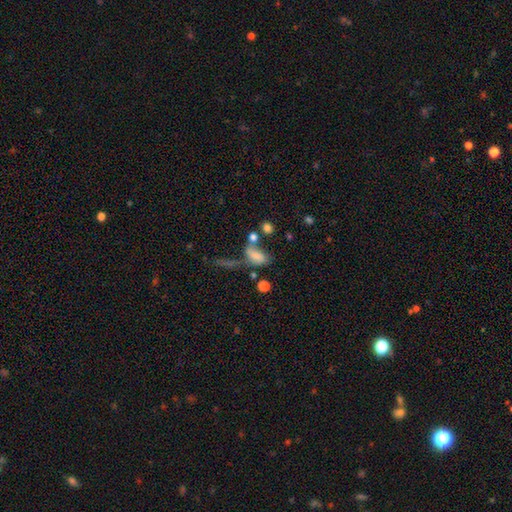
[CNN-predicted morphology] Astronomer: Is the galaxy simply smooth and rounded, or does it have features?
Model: smooth — 65%.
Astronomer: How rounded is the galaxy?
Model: in between — 84%.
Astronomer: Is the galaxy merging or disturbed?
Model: merger — 32% (runner-up: major disturbance, 26%).